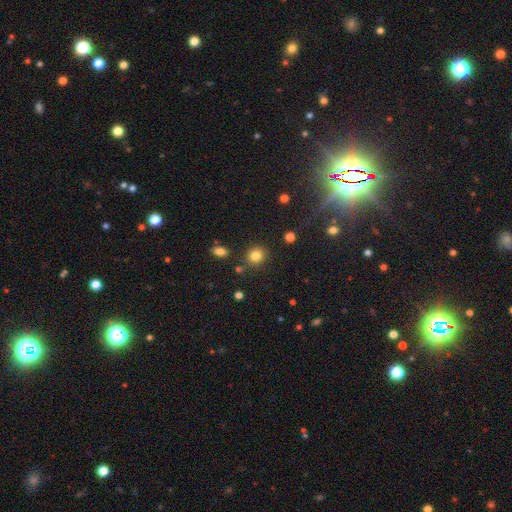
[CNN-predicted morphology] Smooth or featured? smooth (83%)
How rounded? round (83%)
Merging? none (83%)